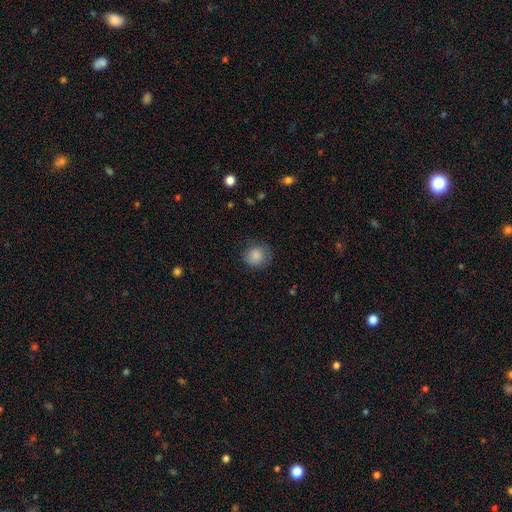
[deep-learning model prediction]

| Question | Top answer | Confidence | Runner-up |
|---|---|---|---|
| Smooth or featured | smooth | 85% | star or artifact (9%) |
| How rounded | round | 86% | in between (13%) |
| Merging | none | 76% | minor disturbance (18%) |